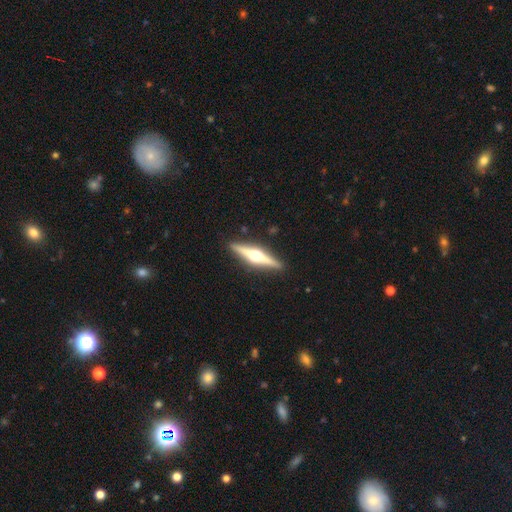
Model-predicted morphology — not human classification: type=featured or disk (77%); edge-on=yes (98%); edge-on bulge=rounded (96%); merging=none (91%).